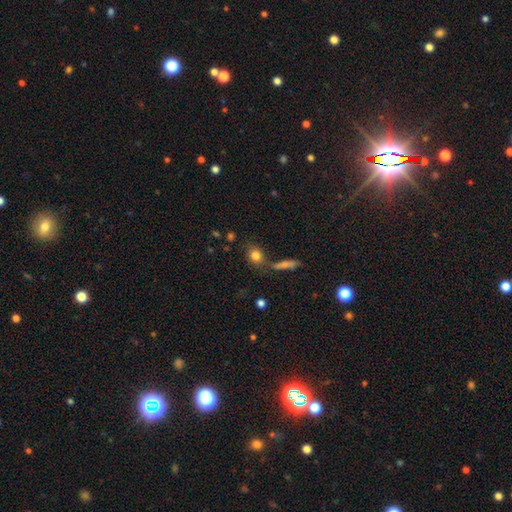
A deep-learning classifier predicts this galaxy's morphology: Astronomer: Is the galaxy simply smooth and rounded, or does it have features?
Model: smooth — 80%.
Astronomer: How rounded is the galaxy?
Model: round — 61%.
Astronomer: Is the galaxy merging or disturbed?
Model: none — 65%.